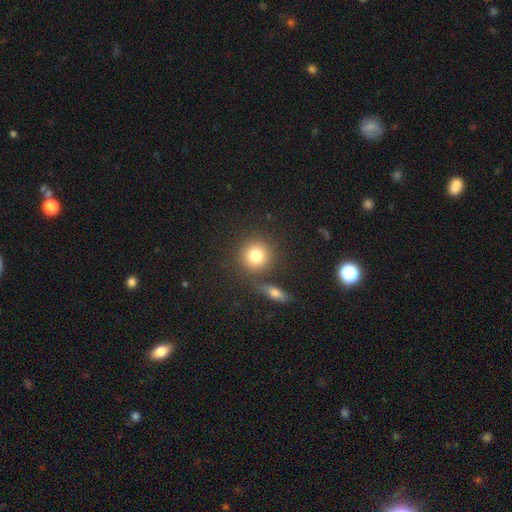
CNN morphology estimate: Q: Smooth or featured?
A: smooth (79%); runner-up: star or artifact (11%)
Q: How rounded?
A: round (90%); runner-up: in between (8%)
Q: Merging?
A: none (74%); runner-up: merger (14%)